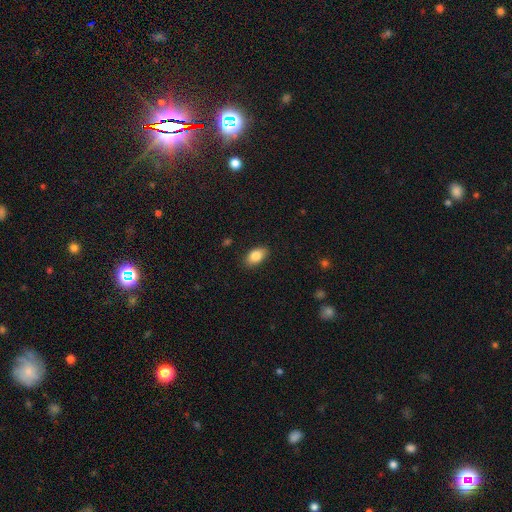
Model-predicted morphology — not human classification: smooth-or-featured: smooth: 84% | featured or disk: 9% | star or artifact: 7%
  how-rounded: in between: 91% | round: 6% | cigar-shaped: 3%
  merging: none: 87% | minor disturbance: 10% | major disturbance: 2% | merger: 1%